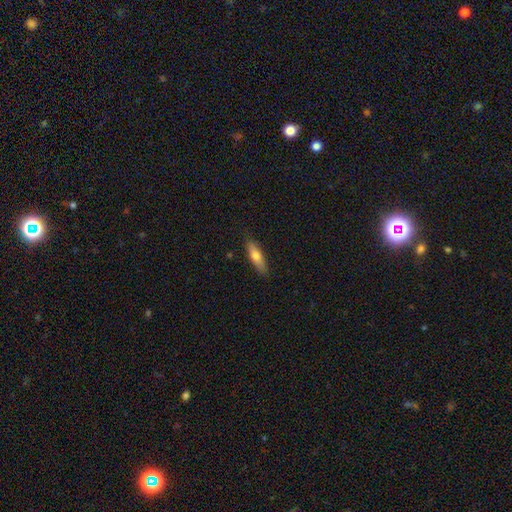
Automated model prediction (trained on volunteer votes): This appears to be a smooth galaxy with no disk features (68%) that is cigar-shaped (59%). Merging: none (86%).